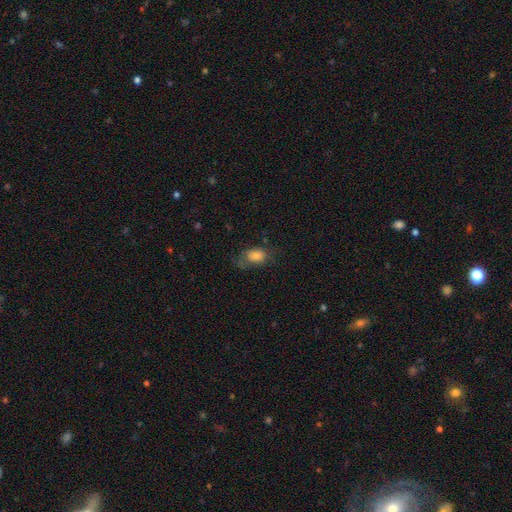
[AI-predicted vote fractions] smooth-or-featured: smooth: 72% | featured or disk: 17% | star or artifact: 11%
  how-rounded: in between: 84% | round: 13% | cigar-shaped: 4%
  merging: none: 51% | minor disturbance: 27% | major disturbance: 20% | merger: 2%